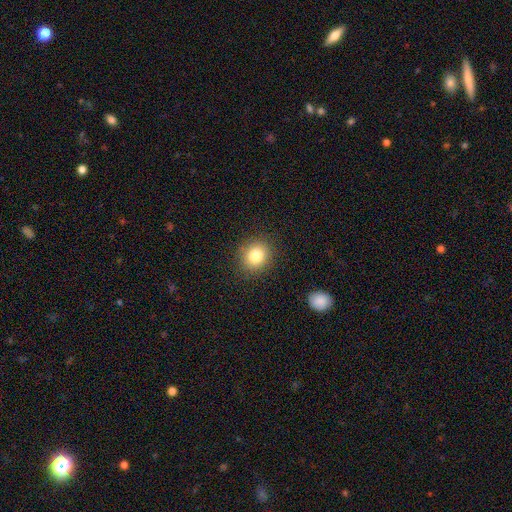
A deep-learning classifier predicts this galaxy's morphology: A smooth galaxy with no disk features (82%) that is round (79%). Merging: none (88%).